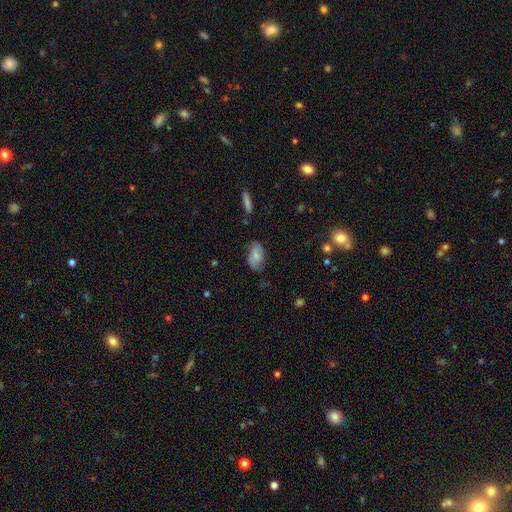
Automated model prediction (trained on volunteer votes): smooth-or-featured: smooth: 50% | featured or disk: 42% | star or artifact: 8%
  how-rounded: in between: 90% | round: 7% | cigar-shaped: 3%
  merging: none: 64% | minor disturbance: 25% | major disturbance: 8% | merger: 2%